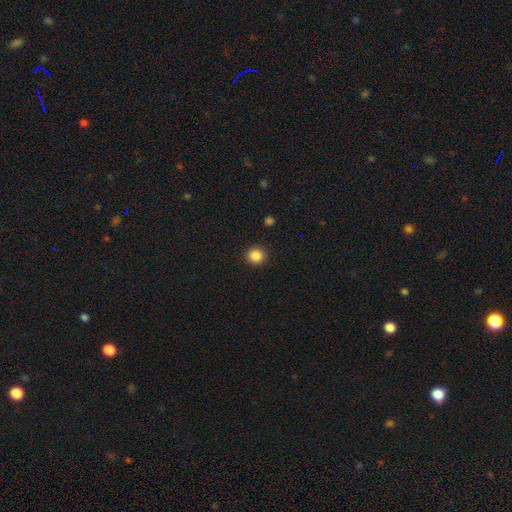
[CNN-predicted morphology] Q: Smooth or featured?
A: smooth (86%); runner-up: star or artifact (10%)
Q: How rounded?
A: round (93%); runner-up: in between (6%)
Q: Merging?
A: none (92%); runner-up: minor disturbance (5%)